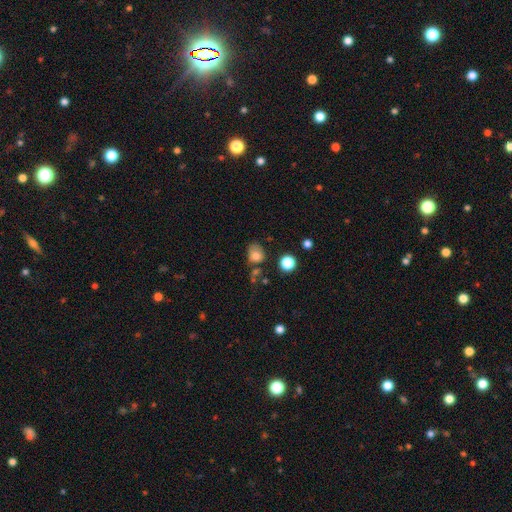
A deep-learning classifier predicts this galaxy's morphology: Smooth or featured? Predicted: smooth (p=0.77). How rounded? Predicted: round (p=0.54). Merging? Predicted: none (p=0.48).